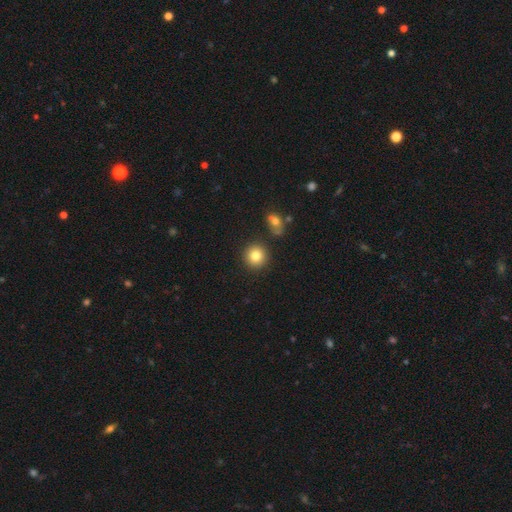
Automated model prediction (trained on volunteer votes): smooth-or-featured: smooth: 82% | star or artifact: 10% | featured or disk: 8%
  how-rounded: round: 92% | in between: 7% | cigar-shaped: 1%
  merging: none: 87% | minor disturbance: 7% | merger: 4% | major disturbance: 2%